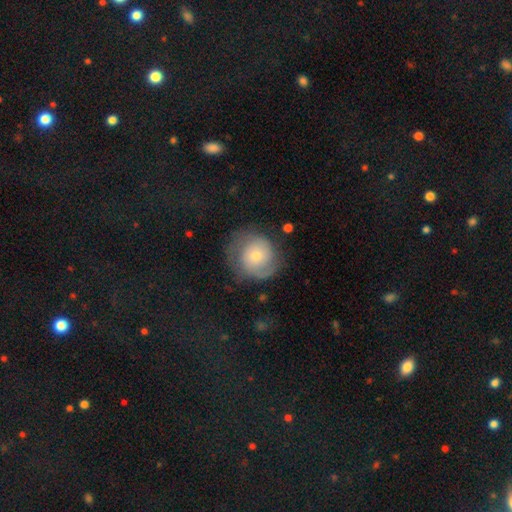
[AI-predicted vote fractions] This is possibly a featured or disk galaxy (57%). It is clearly not viewed edge-on (97%). Bar: likely no (79%). Spiral arm pattern: clearly yes (83%). Central bulge: possibly small (57%). Merging: likely none (67%).